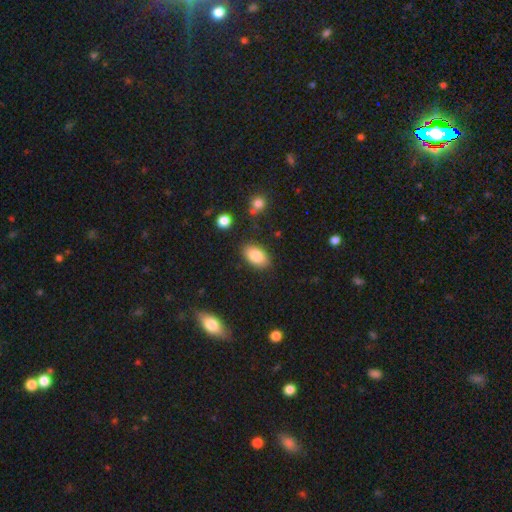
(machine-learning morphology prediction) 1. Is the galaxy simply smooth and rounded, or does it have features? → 85% smooth, 8% featured or disk, 7% star or artifact.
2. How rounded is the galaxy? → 92% in between, 7% round, 2% cigar-shaped.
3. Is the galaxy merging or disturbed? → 84% none, 11% minor disturbance, 3% major disturbance, 2% merger.